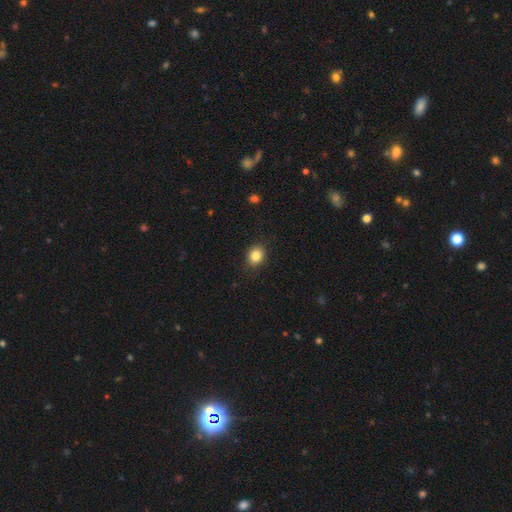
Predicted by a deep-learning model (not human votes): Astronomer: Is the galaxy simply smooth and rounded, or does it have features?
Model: smooth — 84%.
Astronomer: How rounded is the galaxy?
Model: round — 64%.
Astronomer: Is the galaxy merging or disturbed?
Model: none — 88%.